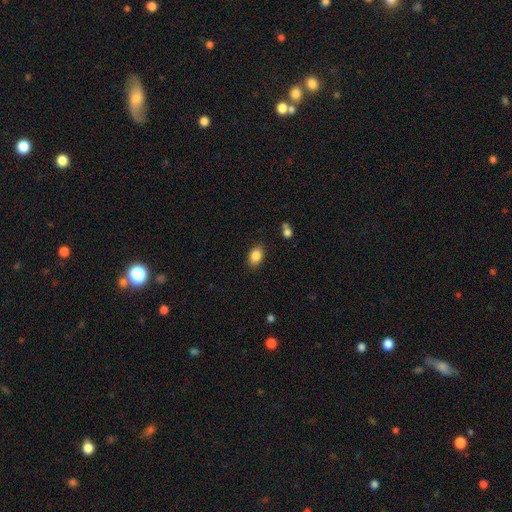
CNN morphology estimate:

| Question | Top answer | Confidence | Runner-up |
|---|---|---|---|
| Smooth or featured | smooth | 86% | star or artifact (8%) |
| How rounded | in between | 85% | round (14%) |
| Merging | none | 84% | minor disturbance (11%) |